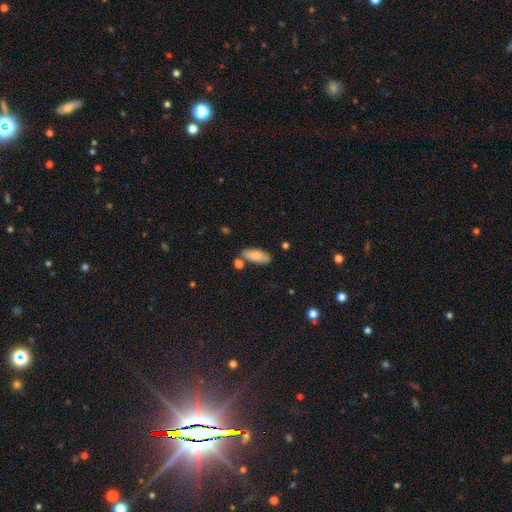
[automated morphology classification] This appears to be a smooth galaxy with no disk features (82%) that is in between round and cigar-shaped (79%). Merging: none (75%).